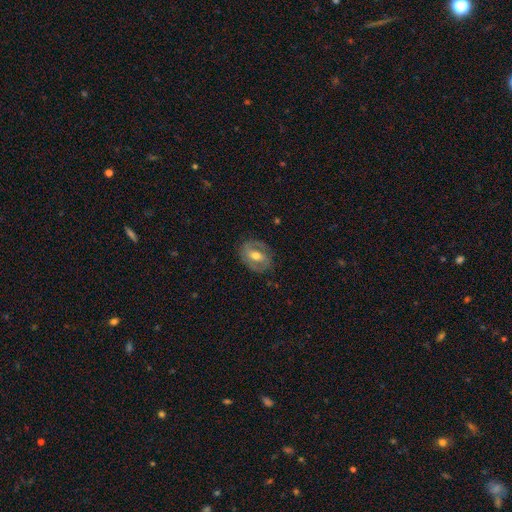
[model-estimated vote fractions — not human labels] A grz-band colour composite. It shows a featured or disk galaxy (66%) with a weak bar (41%), spiral arms (66%) and a moderate central bulge (73%). Merging: none (78%).